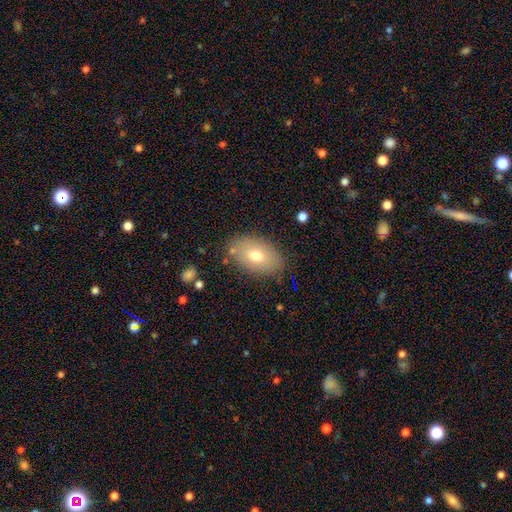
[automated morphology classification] Smooth or featured: smooth — 71% (featured or disk — 21%)
How rounded: in between — 89% (round — 9%)
Merging: none — 81% (minor disturbance — 13%)